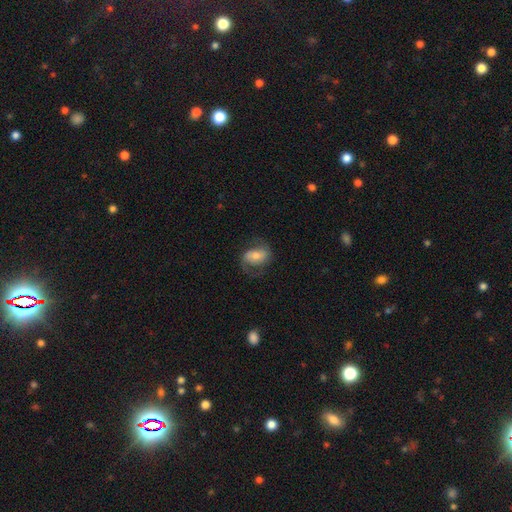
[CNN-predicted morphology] Smooth or featured: smooth — 46% (tied with featured or disk — 46%)
Merging: none — 63% (minor disturbance — 21%)